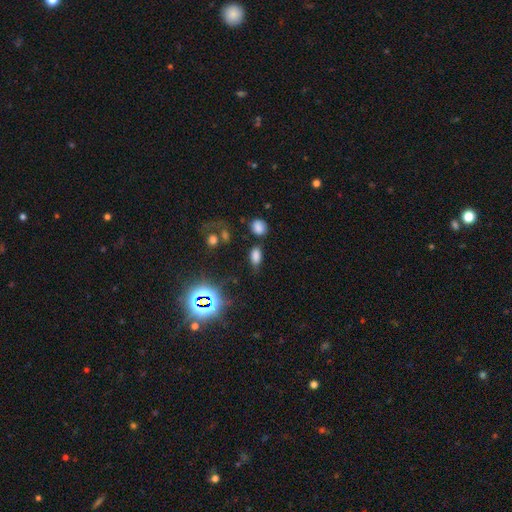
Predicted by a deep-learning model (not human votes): Smooth or featured?
  - smooth: 73% *
  - star or artifact: 20%
  - featured or disk: 7%
How rounded?
  - in between: 88% *
  - round: 8%
  - cigar-shaped: 4%
Merging?
  - none: 69% *
  - minor disturbance: 16%
  - merger: 8%
  - major disturbance: 7%